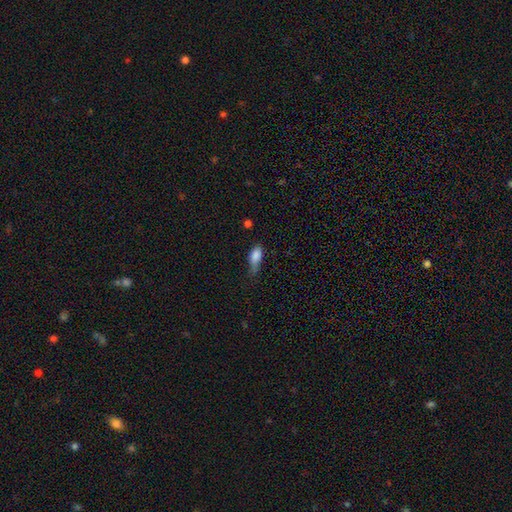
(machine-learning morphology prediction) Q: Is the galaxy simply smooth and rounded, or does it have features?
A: smooth — 82%.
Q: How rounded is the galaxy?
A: in between — 83%.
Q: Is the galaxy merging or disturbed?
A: minor disturbance — 45%.